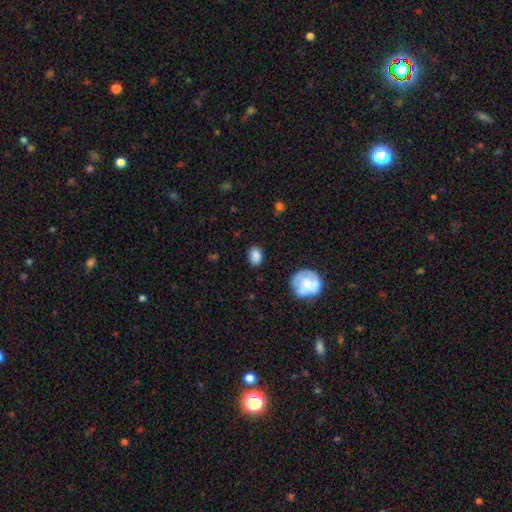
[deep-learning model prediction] This appears to be a smooth galaxy with no disk features (85%) that is in between round and cigar-shaped (73%). Merging: none (81%).